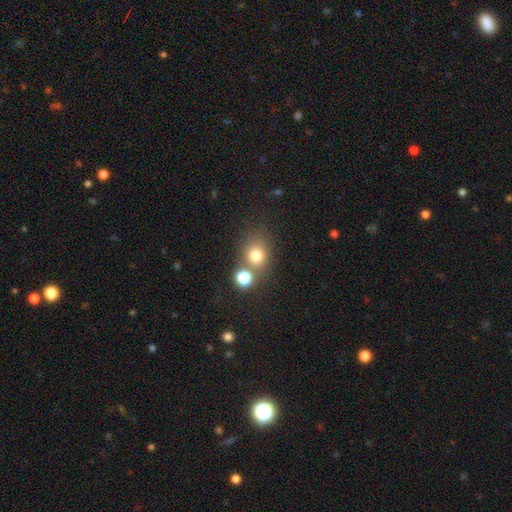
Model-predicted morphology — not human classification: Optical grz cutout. It shows a smooth galaxy with no disk features (75%) that is round (65%). Merging: none (55%).